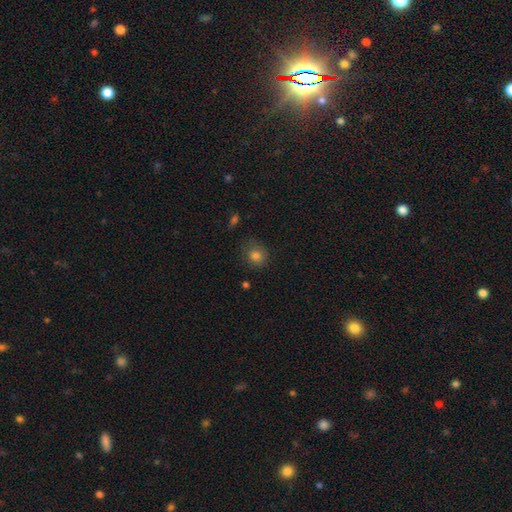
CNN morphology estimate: The model was most divided on "how rounded": round: 69%, in between: 30%, cigar-shaped: 1%. More confident: smooth or featured — smooth (80%); merging — none (66%).